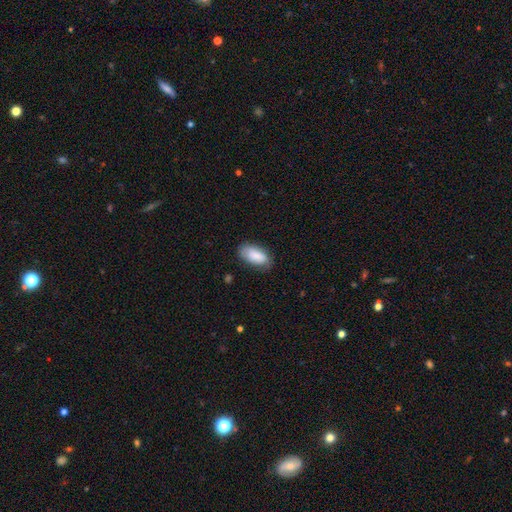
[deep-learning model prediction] A smooth galaxy with no disk features (86%) that is in between round and cigar-shaped (93%). Merging: none (75%).